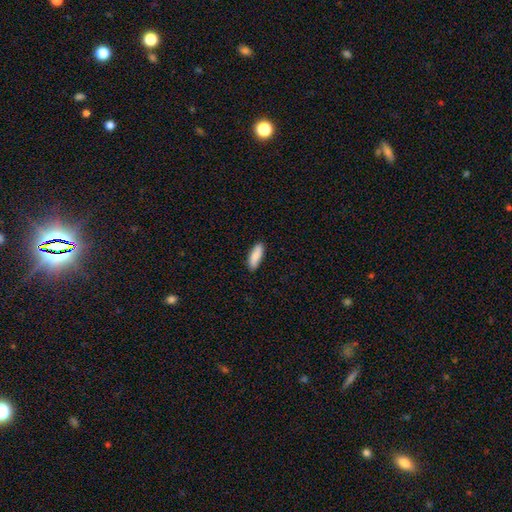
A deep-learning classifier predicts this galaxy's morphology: Smooth or featured?
  - smooth: 87% *
  - featured or disk: 8%
  - star or artifact: 6%
How rounded?
  - in between: 61% *
  - cigar-shaped: 37%
  - round: 2%
Merging?
  - none: 88% *
  - minor disturbance: 9%
  - major disturbance: 2%
  - merger: 1%